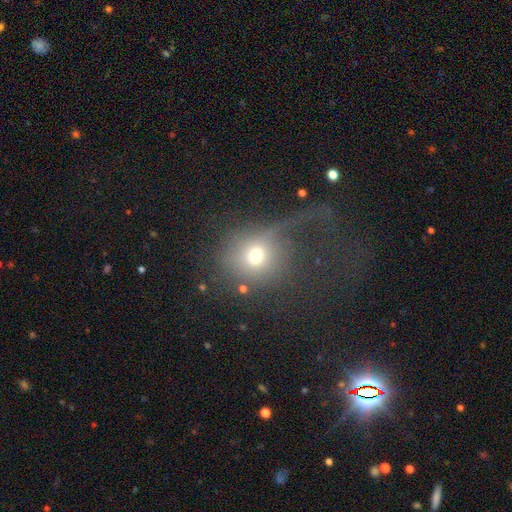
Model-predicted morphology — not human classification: Smooth or featured: smooth — 65% (featured or disk — 20%)
How rounded: round — 81% (in between — 17%)
Merging: major disturbance — 49% (none — 31%)